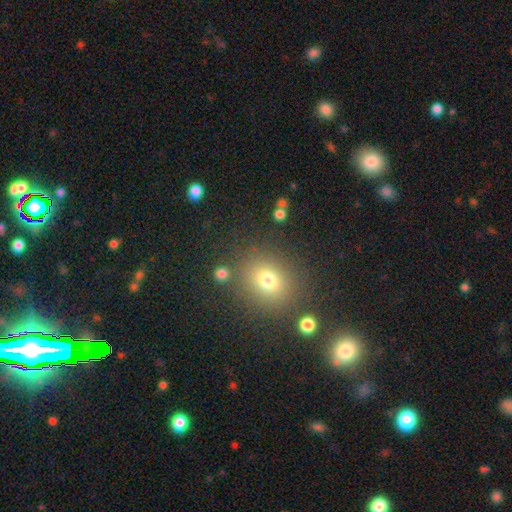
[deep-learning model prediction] Smooth or featured: smooth — 61% (star or artifact — 30%)
How rounded: round — 71% (in between — 27%)
Merging: none — 84% (minor disturbance — 8%)